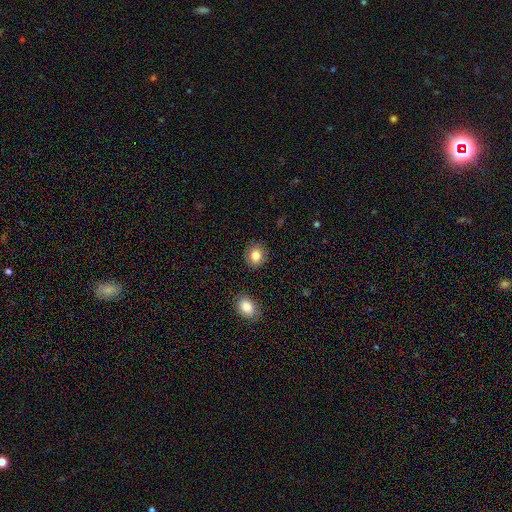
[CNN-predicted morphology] The model was most divided on "how rounded": round: 70%, in between: 29%, cigar-shaped: 1%. More confident: merging — none (88%); smooth or featured — smooth (84%).